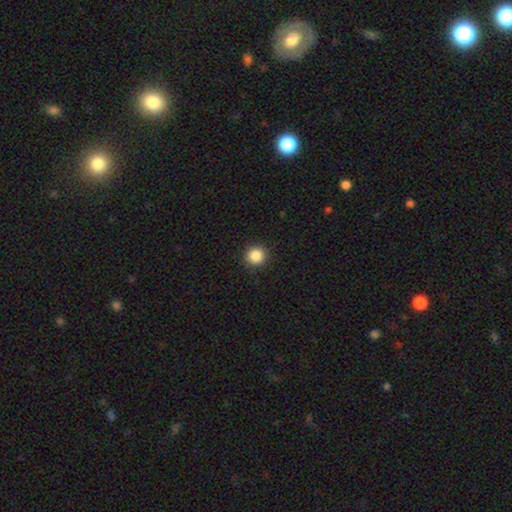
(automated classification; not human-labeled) A smooth galaxy with no disk features (86%) that is round (95%). Merging: none (92%).